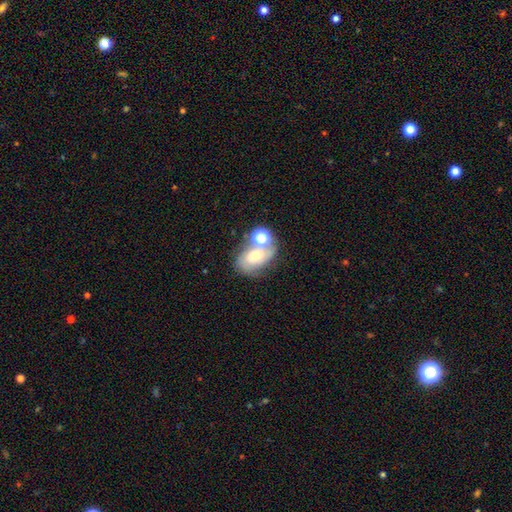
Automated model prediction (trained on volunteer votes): Q: Smooth or featured?
A: smooth (50%); runner-up: featured or disk (37%)
Q: Merging?
A: merger (36%); runner-up: none (35%)